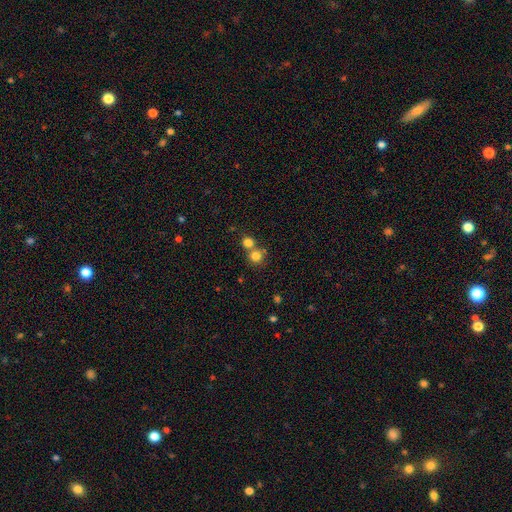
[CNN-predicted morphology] The model was most divided on "merging": none: 54%, merger: 38%, minor disturbance: 5%, major disturbance: 2%. More confident: how rounded — round (91%); smooth or featured — smooth (79%).